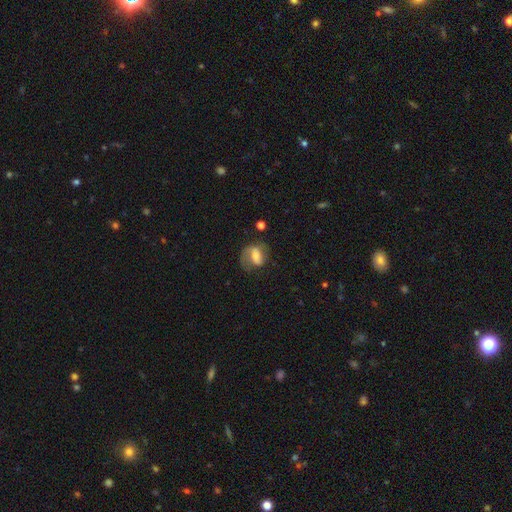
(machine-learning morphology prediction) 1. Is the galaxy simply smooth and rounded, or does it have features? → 54% featured or disk, 38% smooth, 8% star or artifact.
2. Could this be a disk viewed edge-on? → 95% no, 5% yes.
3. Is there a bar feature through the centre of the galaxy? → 39% weak, 35% strong, 26% no.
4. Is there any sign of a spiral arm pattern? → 79% yes, 21% no.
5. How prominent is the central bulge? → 42% moderate, 34% small, 13% large, 8% none, 3% dominant.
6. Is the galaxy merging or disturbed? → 53% none, 23% minor disturbance, 21% major disturbance, 3% merger.